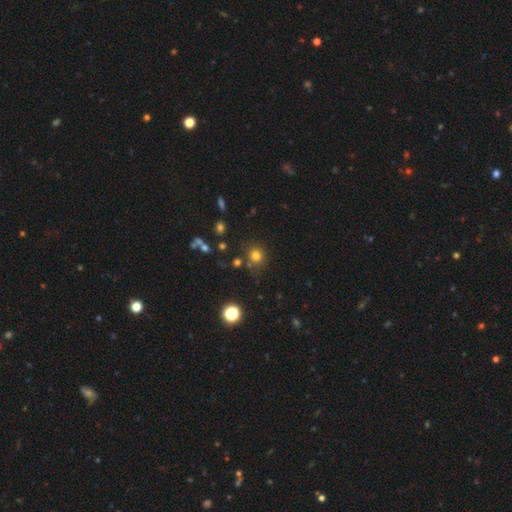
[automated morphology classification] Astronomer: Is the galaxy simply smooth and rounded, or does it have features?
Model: smooth — 76%.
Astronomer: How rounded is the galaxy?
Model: round — 89%.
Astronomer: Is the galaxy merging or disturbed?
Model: none — 78%.